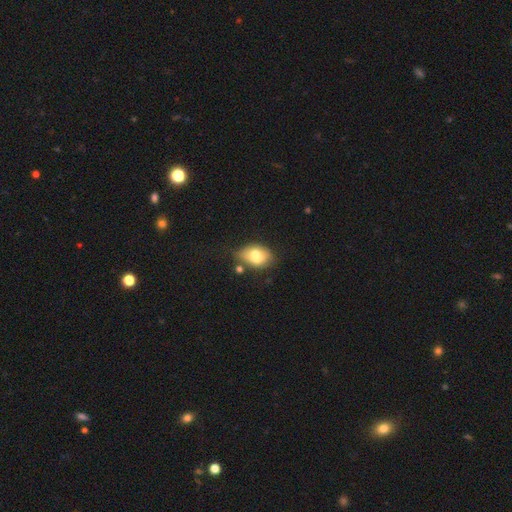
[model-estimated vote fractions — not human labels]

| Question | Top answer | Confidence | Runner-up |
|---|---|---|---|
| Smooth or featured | smooth | 68% | featured or disk (23%) |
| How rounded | in between | 82% | round (17%) |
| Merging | none | 59% | minor disturbance (25%) |